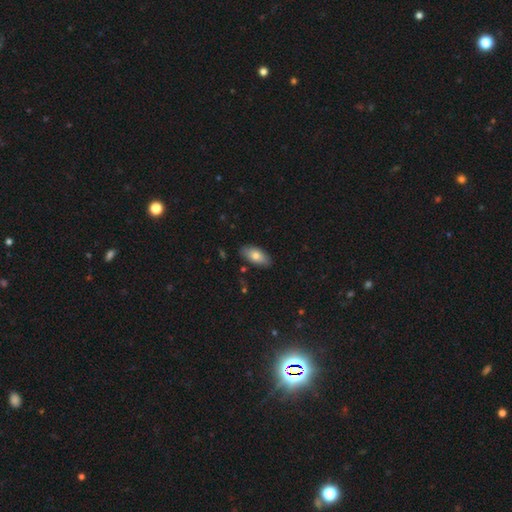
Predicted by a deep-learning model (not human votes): Smooth or featured?
  - smooth: 77% *
  - featured or disk: 17%
  - star or artifact: 7%
How rounded?
  - in between: 90% *
  - cigar-shaped: 7%
  - round: 3%
Merging?
  - none: 85% *
  - minor disturbance: 12%
  - major disturbance: 2%
  - merger: 1%